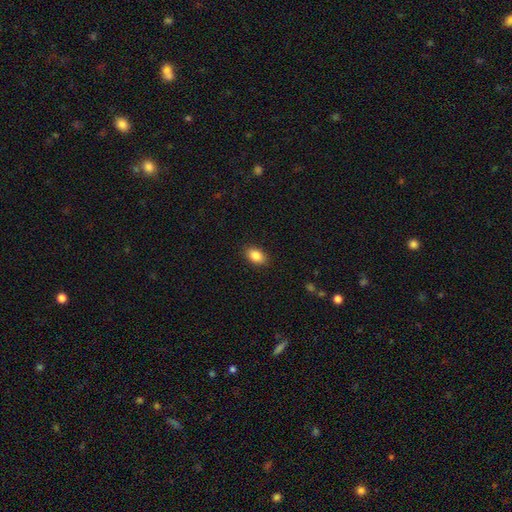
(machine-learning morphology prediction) smooth_or_featured: smooth (p=0.86) [alt: star or artifact p=0.08]
how_rounded: in between (p=0.86) [alt: round p=0.13]
merging: none (p=0.88) [alt: minor disturbance p=0.09]